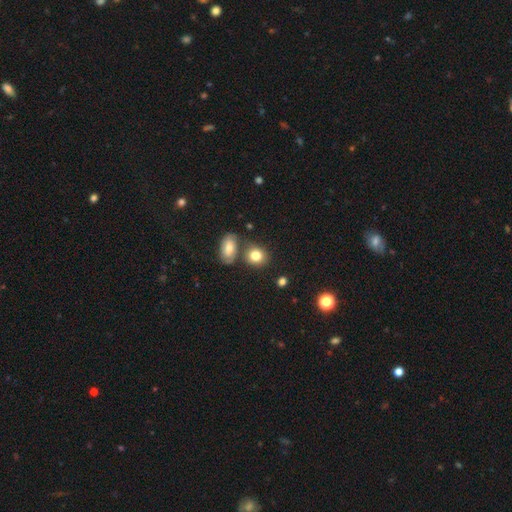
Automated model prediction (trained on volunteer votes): Smooth or featured? Predicted: smooth (p=0.79). How rounded? Predicted: round (p=0.60). Merging? Predicted: none (p=0.63).